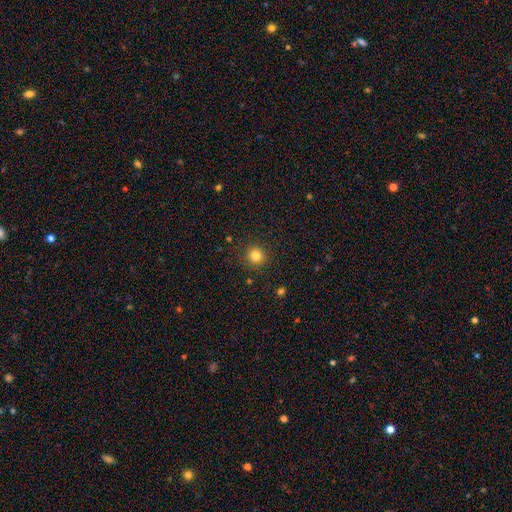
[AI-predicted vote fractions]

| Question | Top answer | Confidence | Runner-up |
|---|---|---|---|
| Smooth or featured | smooth | 83% | star or artifact (12%) |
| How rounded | round | 92% | in between (7%) |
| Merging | none | 90% | minor disturbance (7%) |